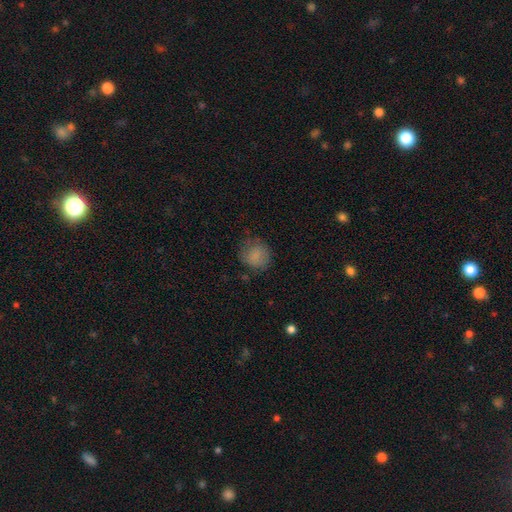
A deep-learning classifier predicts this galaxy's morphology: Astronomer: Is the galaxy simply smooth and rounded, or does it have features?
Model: smooth — 82%.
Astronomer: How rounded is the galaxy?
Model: round — 84%.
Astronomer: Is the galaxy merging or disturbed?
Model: none — 68%.